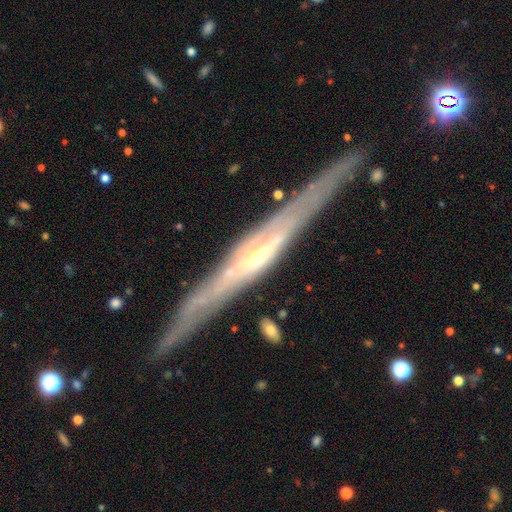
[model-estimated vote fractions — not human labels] This appears to be a featured or disk galaxy (83%) viewed edge-on (94%) with a rounded central bulge (51%). Merging: none (87%).